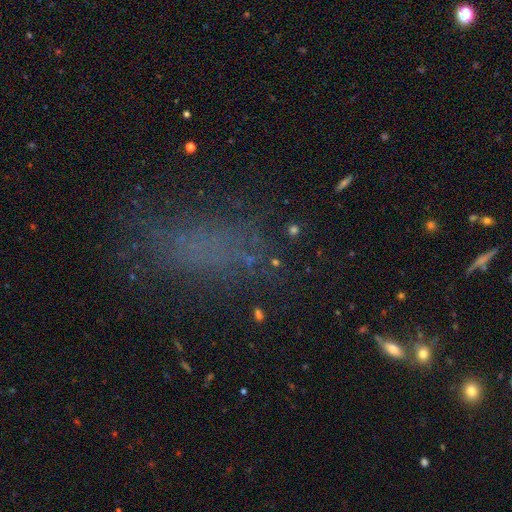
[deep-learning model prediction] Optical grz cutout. It shows a smooth galaxy with no disk features (50%) that is in between round and cigar-shaped (71%). Merging: none (57%).